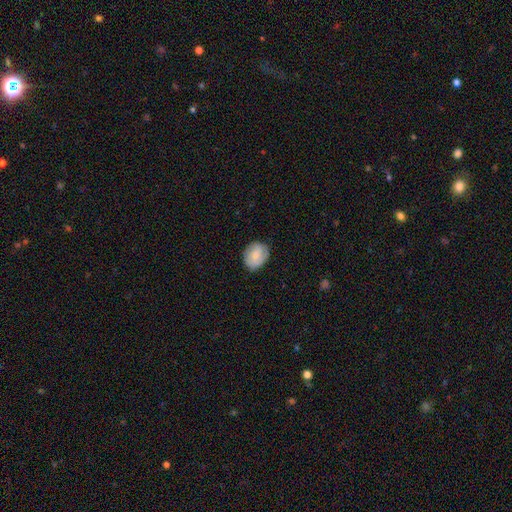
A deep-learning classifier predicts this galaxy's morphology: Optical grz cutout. It shows a smooth galaxy with no disk features (71%) that is in between round and cigar-shaped (52%). Merging: none (76%).